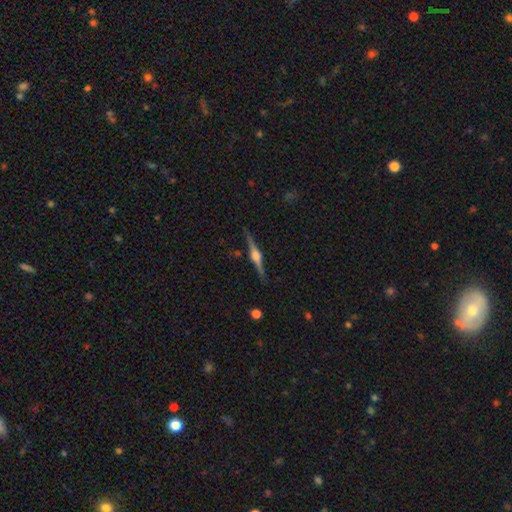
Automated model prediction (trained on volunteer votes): Q: Smooth or featured?
A: featured or disk (84%); runner-up: smooth (10%)
Q: Edge-on disk?
A: yes (98%); runner-up: no (2%)
Q: Edge-on bulge?
A: rounded (92%); runner-up: boxy (6%)
Q: Merging?
A: none (90%); runner-up: minor disturbance (7%)